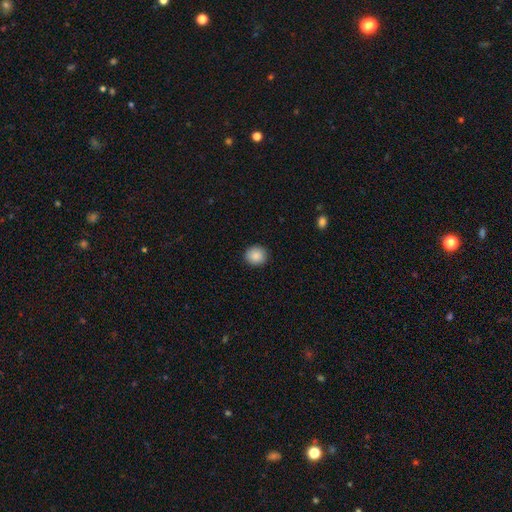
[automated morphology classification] A smooth galaxy with no disk features (89%) that is round (84%).

Vote fractions:
- Smooth or featured? smooth: 89% / star or artifact: 8% / featured or disk: 3%
- How rounded? round: 84% / in between: 15% / cigar-shaped: 1%
- Merging? none: 91% / minor disturbance: 7% / major disturbance: 2% / merger: 1%